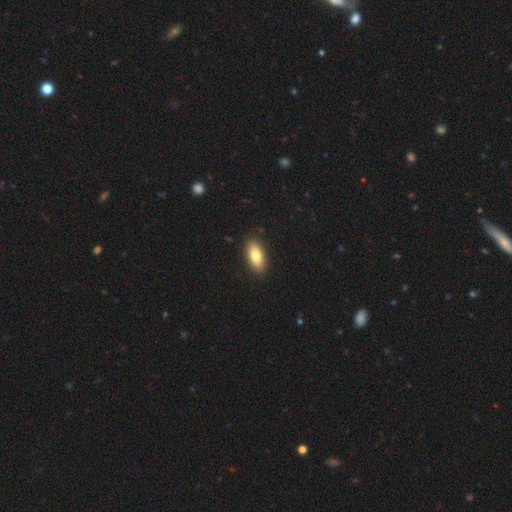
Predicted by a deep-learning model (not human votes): Smooth or featured? smooth (82%)
How rounded? in between (87%)
Merging? none (89%)